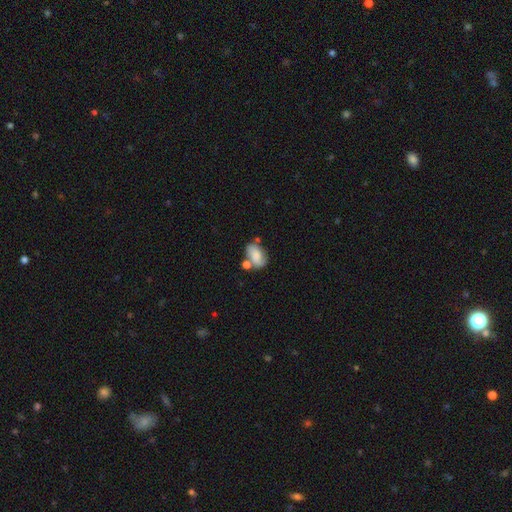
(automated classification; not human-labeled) A smooth galaxy with no disk features (65%) that is in between round and cigar-shaped (87%).

Vote fractions:
- Smooth or featured? smooth: 65% / featured or disk: 25% / star or artifact: 9%
- How rounded? in between: 87% / round: 11% / cigar-shaped: 2%
- Merging? none: 42% / merger: 28% / minor disturbance: 22% / major disturbance: 9%